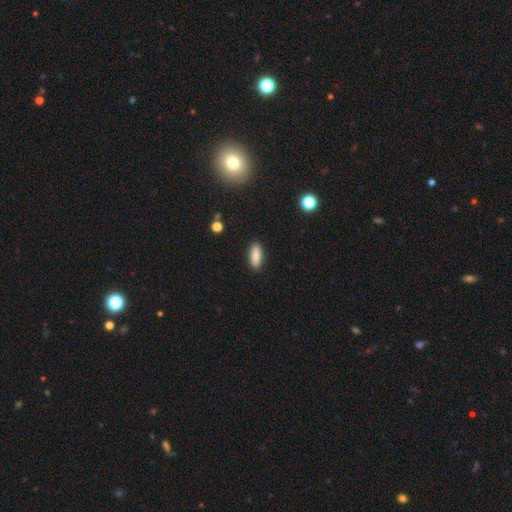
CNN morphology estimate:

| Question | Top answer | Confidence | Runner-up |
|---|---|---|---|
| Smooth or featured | smooth | 86% | featured or disk (7%) |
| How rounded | in between | 73% | cigar-shaped (25%) |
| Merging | none | 89% | minor disturbance (7%) |